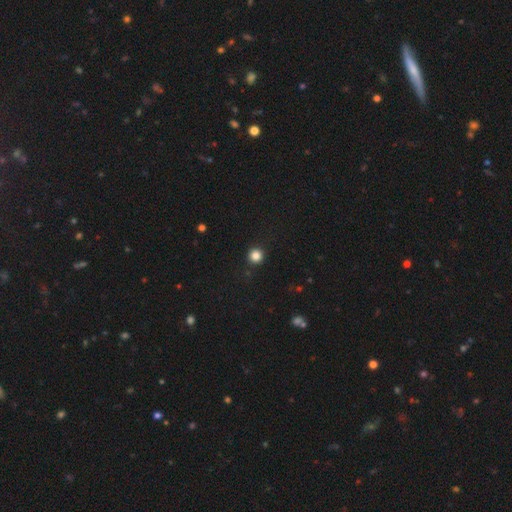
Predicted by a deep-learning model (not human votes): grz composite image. It shows a smooth galaxy with no disk features (85%) that is round (96%). Merging: none (93%).